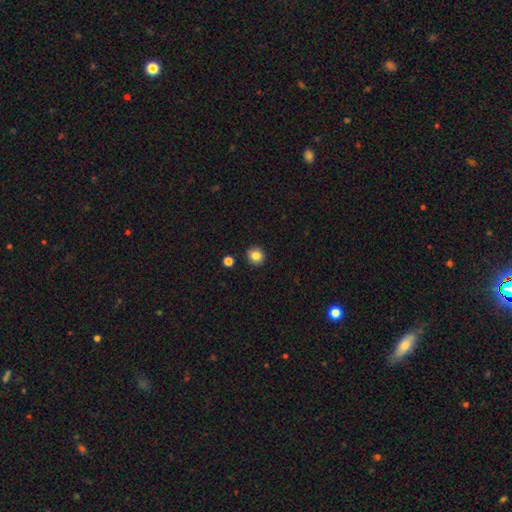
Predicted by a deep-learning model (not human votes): This is clearly a smooth galaxy (84%). How rounded: clearly round (91%). Merging: clearly none (91%).